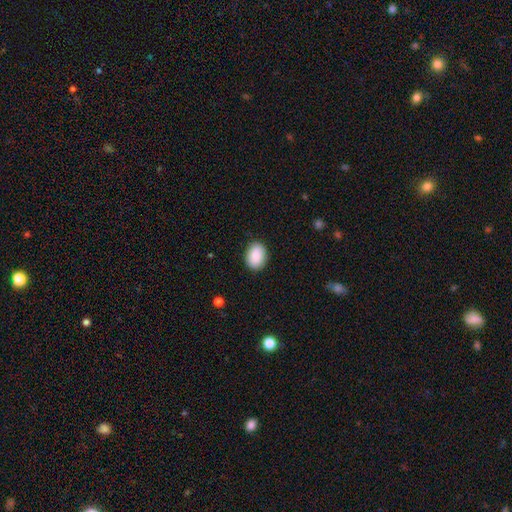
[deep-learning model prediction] smooth-or-featured: smooth: 90% | star or artifact: 6% | featured or disk: 4%
  how-rounded: in between: 77% | round: 22% | cigar-shaped: 1%
  merging: none: 87% | minor disturbance: 9% | major disturbance: 2% | merger: 1%